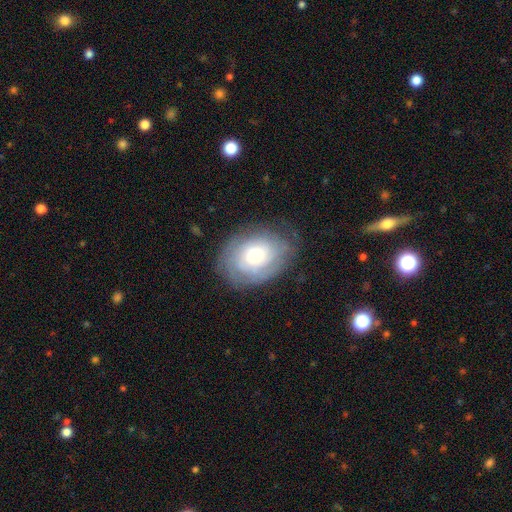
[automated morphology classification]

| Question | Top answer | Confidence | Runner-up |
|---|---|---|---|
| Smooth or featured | featured or disk | 56% | smooth (36%) |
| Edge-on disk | no | 95% | yes (5%) |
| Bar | no | 83% | weak (14%) |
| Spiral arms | yes | 73% | no (27%) |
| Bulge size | moderate | 51% | small (39%) |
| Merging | none | 73% | minor disturbance (18%) |